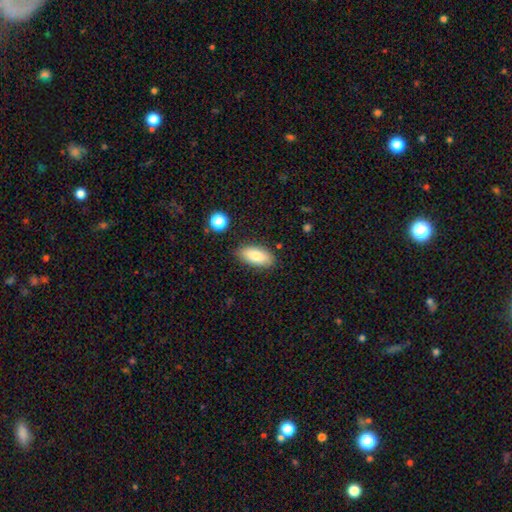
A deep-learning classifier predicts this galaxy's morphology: A smooth galaxy with no disk features (81%) that is in between round and cigar-shaped (87%). Merging: none (85%).